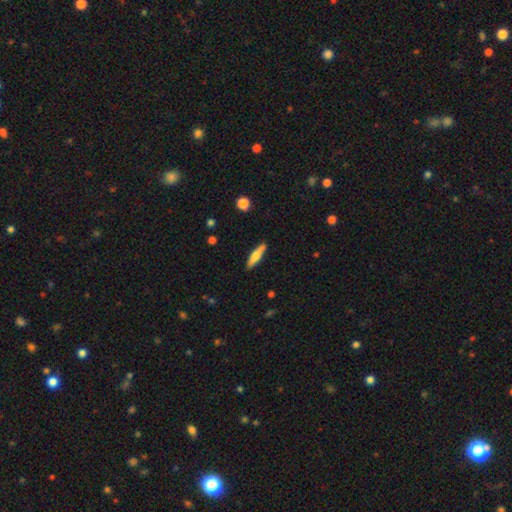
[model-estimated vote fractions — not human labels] A smooth galaxy with no disk features (55%) that is cigar-shaped (77%). Merging: none (87%).